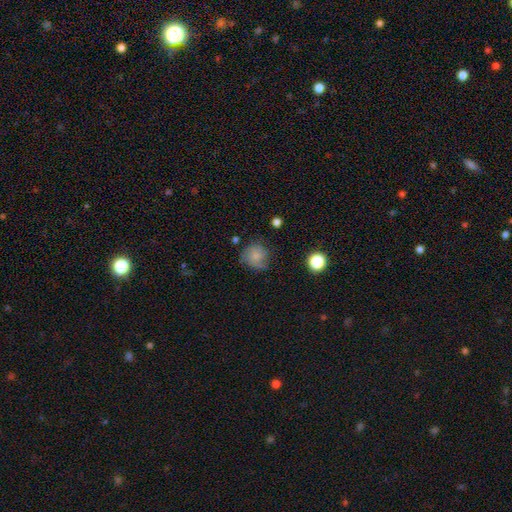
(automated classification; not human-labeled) This is likely a smooth galaxy (66%). How rounded: clearly round (82%). Merging: likely none (64%).